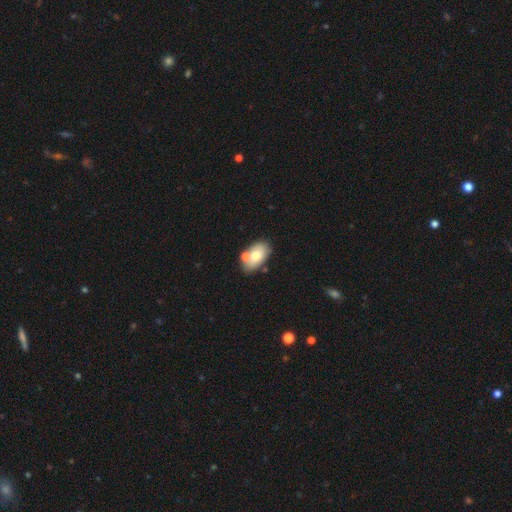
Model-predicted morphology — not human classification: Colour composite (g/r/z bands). It shows a smooth galaxy with no disk features (68%) that is in between round and cigar-shaped (90%). Merging: none (61%).